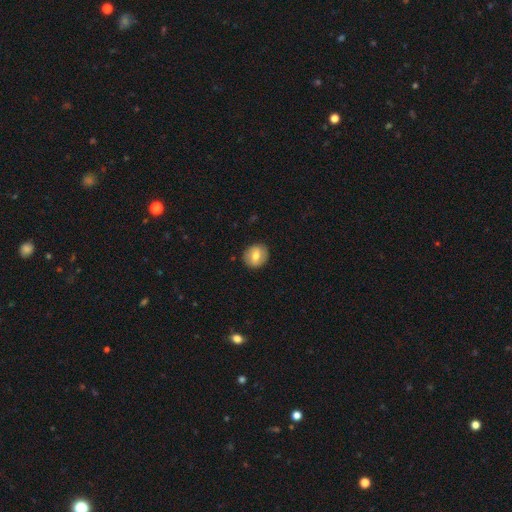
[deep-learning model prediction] This is likely a smooth galaxy (68%). How rounded: likely round (79%). Merging: clearly none (89%).